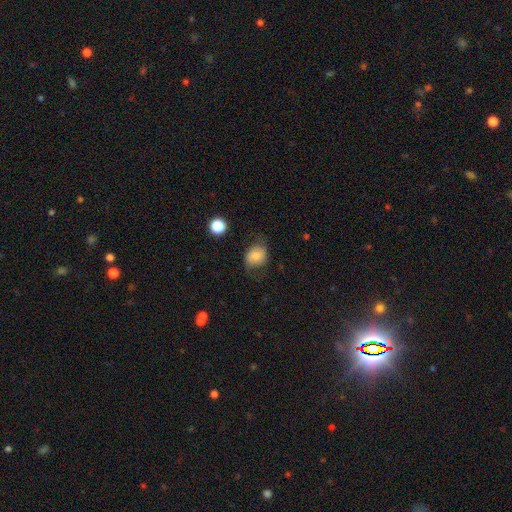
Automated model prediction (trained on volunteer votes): smooth-or-featured: smooth: 71% | featured or disk: 20% | star or artifact: 10%
  how-rounded: in between: 53% | round: 46% | cigar-shaped: 1%
  merging: none: 61% | minor disturbance: 25% | major disturbance: 12% | merger: 2%